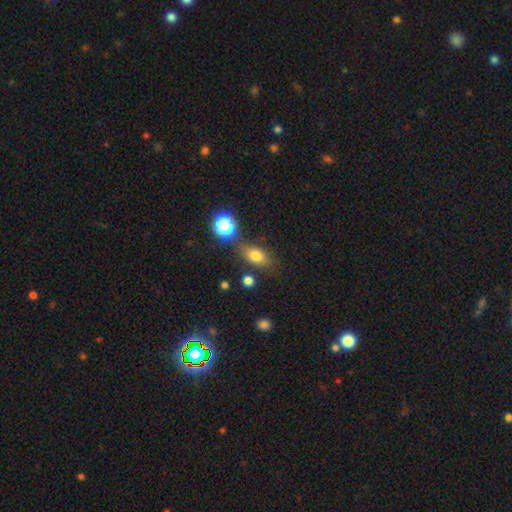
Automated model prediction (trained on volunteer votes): Q: Smooth or featured?
A: smooth (76%); runner-up: star or artifact (13%)
Q: How rounded?
A: in between (76%); runner-up: round (18%)
Q: Merging?
A: none (67%); runner-up: minor disturbance (16%)